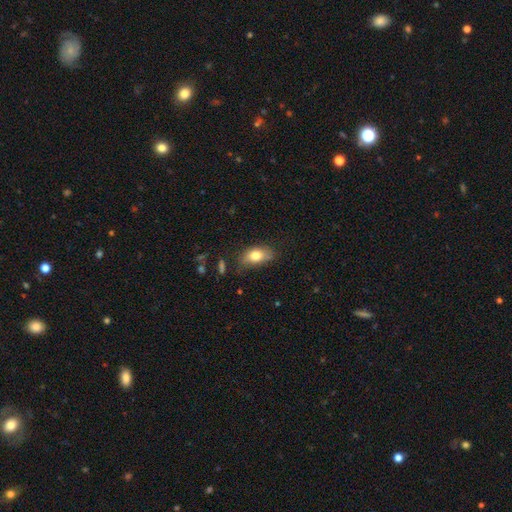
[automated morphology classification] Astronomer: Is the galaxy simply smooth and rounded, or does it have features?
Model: smooth — 78%.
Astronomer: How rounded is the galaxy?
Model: in between — 87%.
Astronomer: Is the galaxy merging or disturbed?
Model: none — 63%.